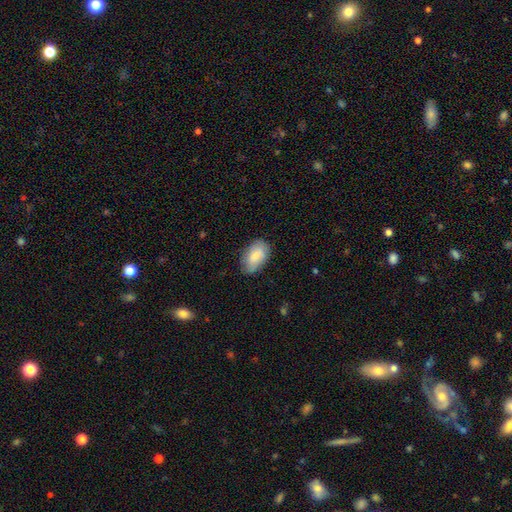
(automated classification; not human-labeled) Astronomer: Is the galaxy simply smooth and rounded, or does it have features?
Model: smooth — 81%.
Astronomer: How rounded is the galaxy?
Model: in between — 92%.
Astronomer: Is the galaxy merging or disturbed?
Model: none — 73%.